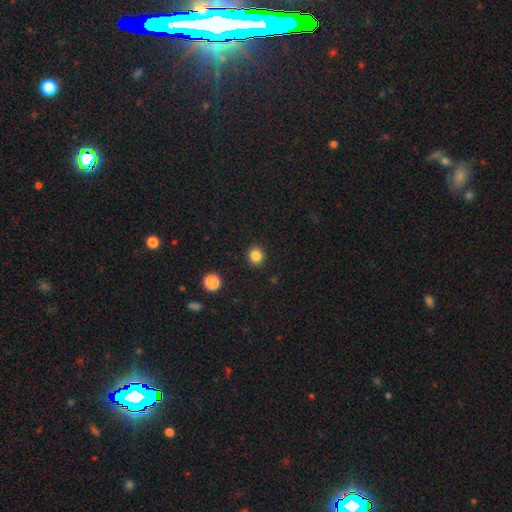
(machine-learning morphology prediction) A smooth galaxy with no disk features (84%) that is round (86%).

Vote fractions:
- Smooth or featured? smooth: 84% / star or artifact: 12% / featured or disk: 4%
- How rounded? round: 86% / in between: 13% / cigar-shaped: 1%
- Merging? none: 91% / minor disturbance: 6% / major disturbance: 2% / merger: 1%